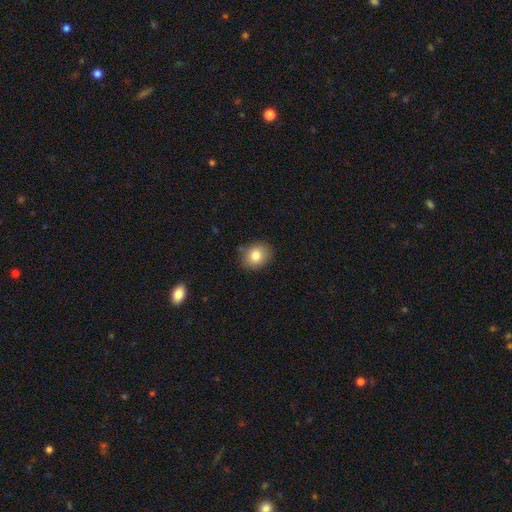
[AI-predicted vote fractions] Smooth or featured?
  - smooth: 82% *
  - star or artifact: 9%
  - featured or disk: 8%
How rounded?
  - round: 55% *
  - in between: 44%
  - cigar-shaped: 1%
Merging?
  - none: 84% *
  - minor disturbance: 12%
  - major disturbance: 3%
  - merger: 1%